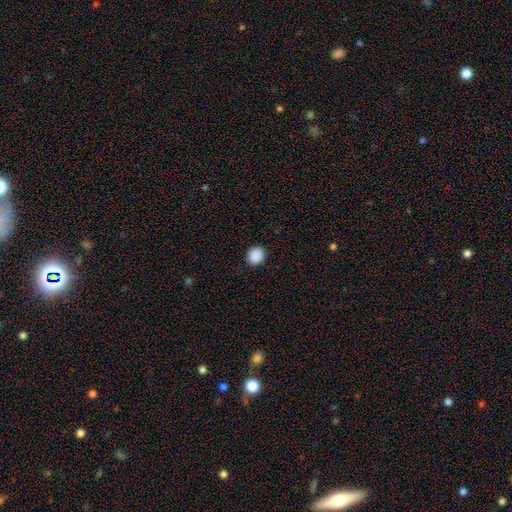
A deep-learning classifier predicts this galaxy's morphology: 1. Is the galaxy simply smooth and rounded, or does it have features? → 89% smooth, 9% star or artifact, 2% featured or disk.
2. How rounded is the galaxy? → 87% round, 12% in between, 1% cigar-shaped.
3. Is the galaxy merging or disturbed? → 91% none, 6% minor disturbance, 2% major disturbance, 1% merger.